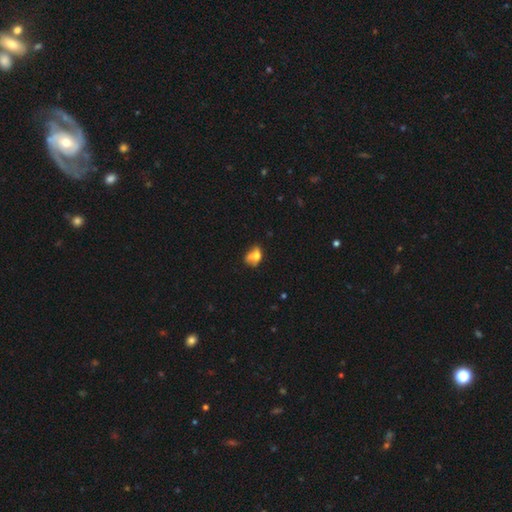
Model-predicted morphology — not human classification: A smooth galaxy with no disk features (56%) that is in between round and cigar-shaped (65%). Merging: merger (37%).